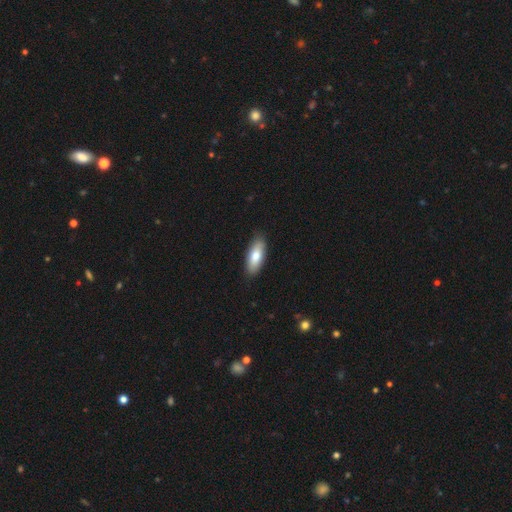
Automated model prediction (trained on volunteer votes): smooth 75%, featured or disk 20%, star or artifact 5%. Down the decision tree: how rounded — in between (76%); merging — none (88%).